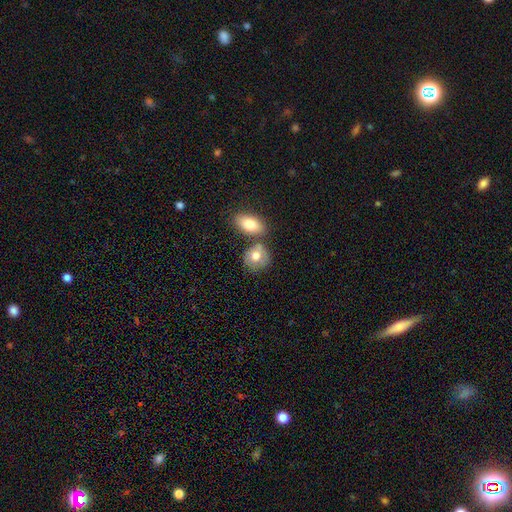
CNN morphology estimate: This is likely a smooth galaxy (72%). How rounded: possibly round (58%). Merging: possibly none (52%).